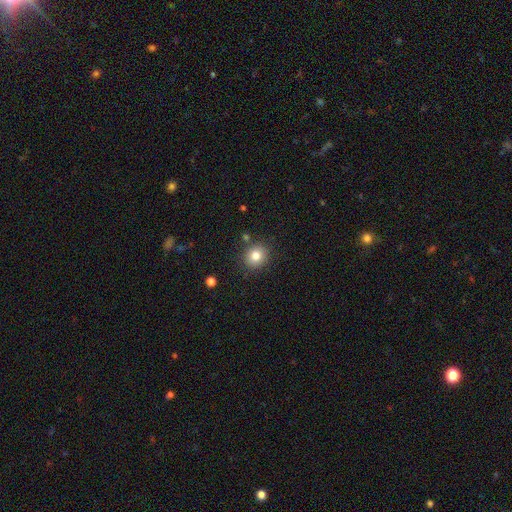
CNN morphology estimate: smooth 81%, star or artifact 11%, featured or disk 8%. Down the decision tree: how rounded — round (79%); merging — none (86%).